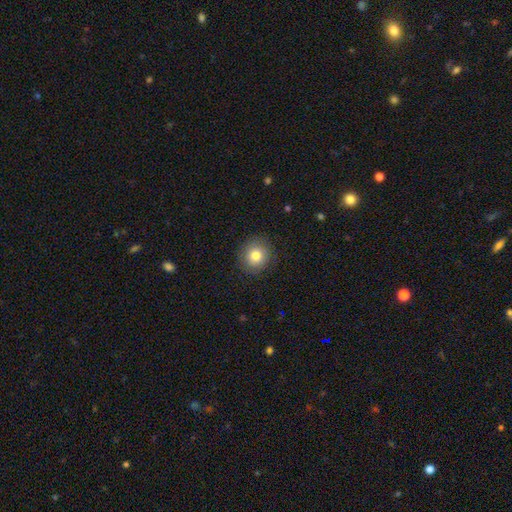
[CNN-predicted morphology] Overall: smooth (81%). How rounded: round (90%). Merging: none (89%).